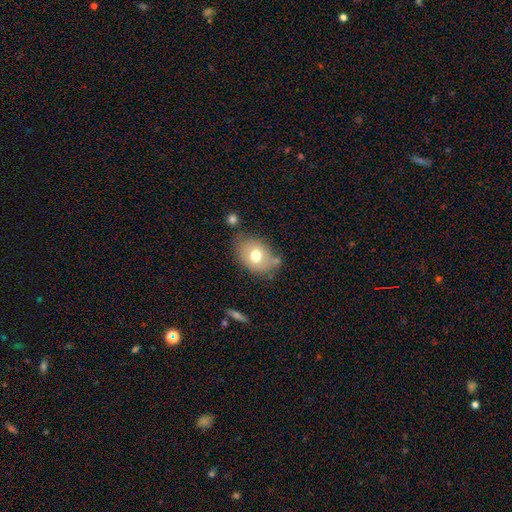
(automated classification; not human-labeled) Smooth or featured?
  - smooth: 70% *
  - featured or disk: 22%
  - star or artifact: 8%
How rounded?
  - in between: 71% *
  - round: 28%
  - cigar-shaped: 1%
Merging?
  - none: 58% *
  - minor disturbance: 25%
  - merger: 9%
  - major disturbance: 7%